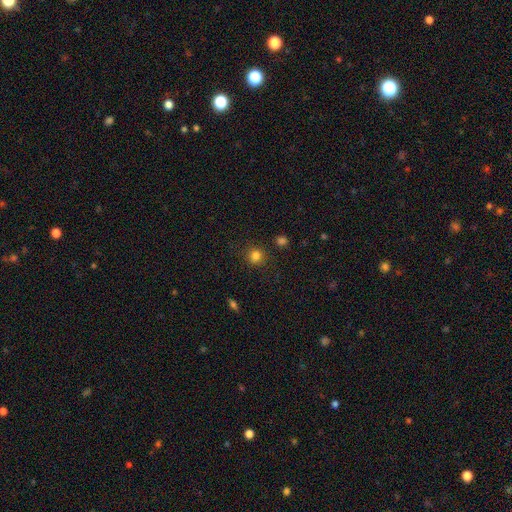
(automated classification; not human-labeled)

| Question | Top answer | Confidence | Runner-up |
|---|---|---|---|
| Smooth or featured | smooth | 81% | star or artifact (14%) |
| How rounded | round | 90% | in between (9%) |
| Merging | none | 87% | minor disturbance (8%) |